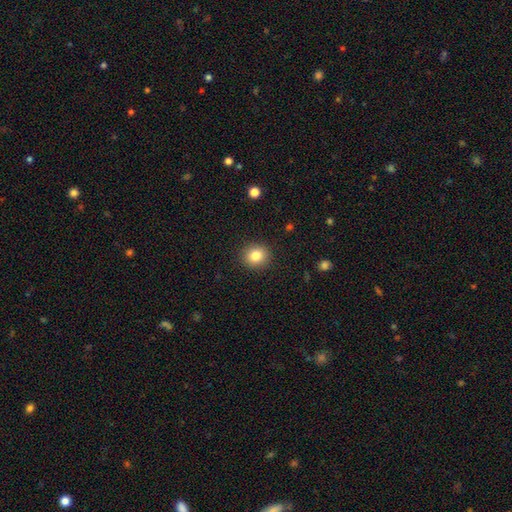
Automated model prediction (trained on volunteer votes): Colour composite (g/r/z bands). It shows a smooth galaxy with no disk features (83%) that is round (86%). Merging: none (91%).